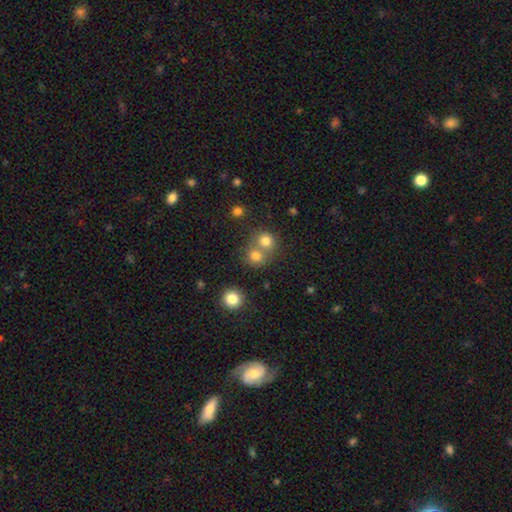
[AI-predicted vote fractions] This is likely a smooth galaxy (77%). How rounded: clearly round (84%). Merging: possibly none (47%).